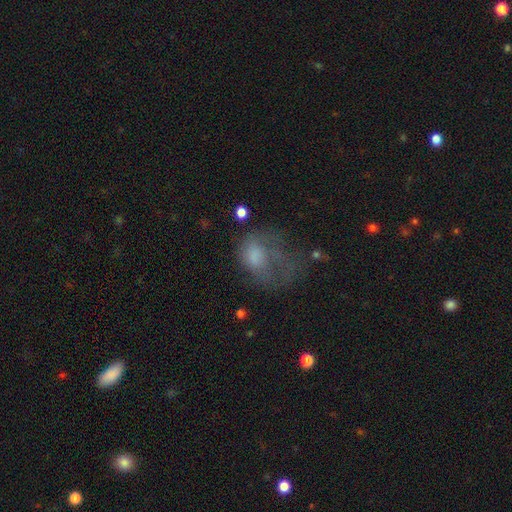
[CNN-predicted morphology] smooth 52%, featured or disk 36%, star or artifact 13%. Down the decision tree: how rounded — in between (69%); merging — major disturbance (58%).